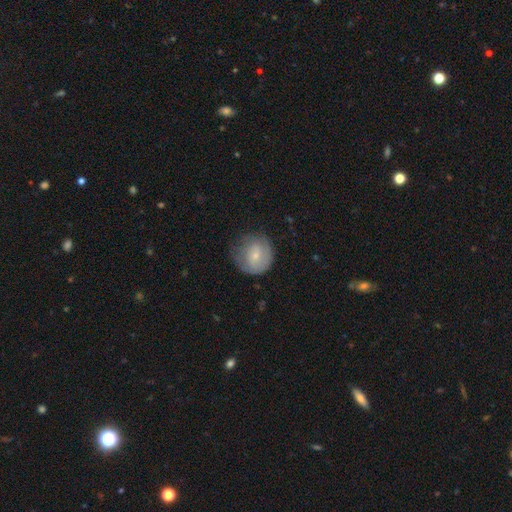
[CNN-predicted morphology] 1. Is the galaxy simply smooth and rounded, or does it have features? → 60% smooth, 33% featured or disk, 7% star or artifact.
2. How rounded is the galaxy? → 84% round, 15% in between, 1% cigar-shaped.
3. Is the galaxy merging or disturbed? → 58% none, 27% minor disturbance, 13% major disturbance, 1% merger.